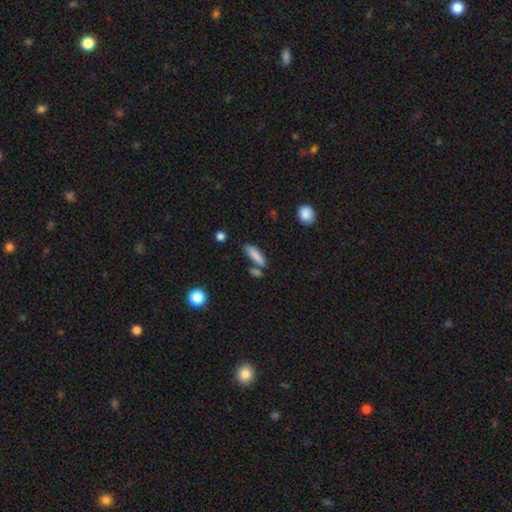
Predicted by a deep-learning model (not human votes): smooth-or-featured: smooth: 82% | featured or disk: 10% | star or artifact: 8%
  how-rounded: cigar-shaped: 65% | in between: 32% | round: 3%
  merging: none: 67% | merger: 17% | minor disturbance: 13% | major disturbance: 4%